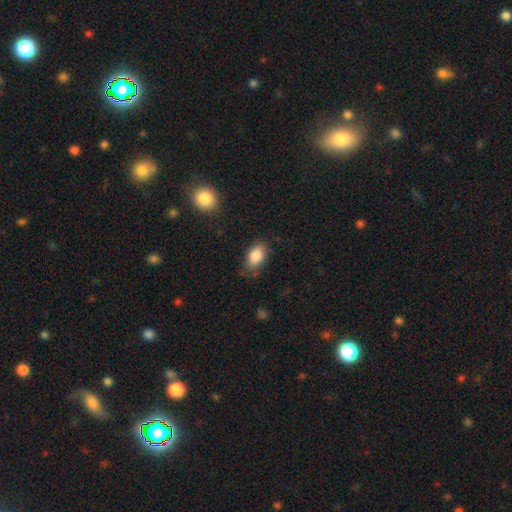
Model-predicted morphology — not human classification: Smooth or featured? smooth (85%)
How rounded? in between (88%)
Merging? none (72%)